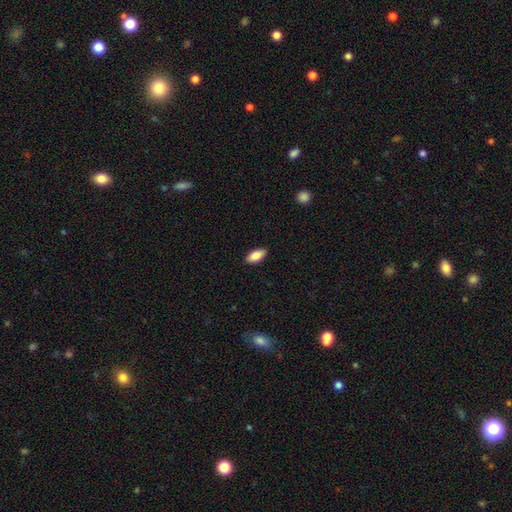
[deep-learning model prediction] This appears to be a smooth galaxy with no disk features (85%) that is in between round and cigar-shaped (89%). Merging: none (89%).